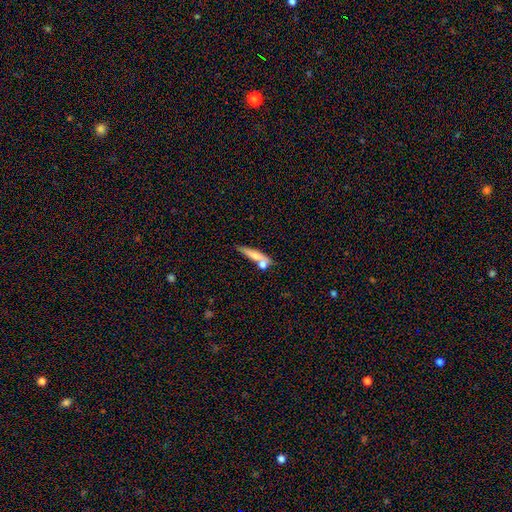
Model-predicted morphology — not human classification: Smooth or featured? Predicted: smooth (p=0.65). How rounded? Predicted: cigar-shaped (p=0.76). Merging? Predicted: none (p=0.51).